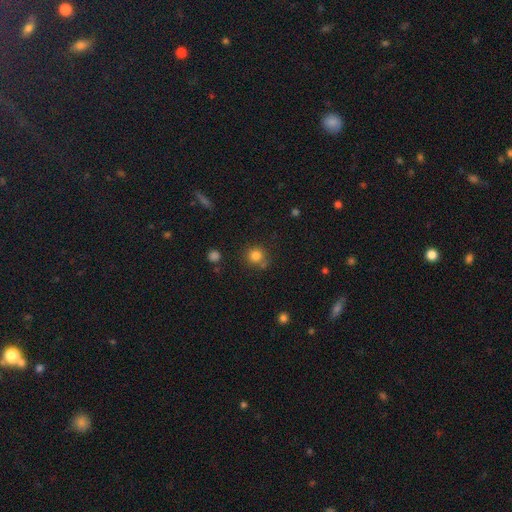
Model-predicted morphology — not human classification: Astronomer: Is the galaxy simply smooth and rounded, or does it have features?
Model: smooth — 82%.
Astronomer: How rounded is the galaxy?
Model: round — 90%.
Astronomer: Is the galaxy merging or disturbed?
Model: none — 73%.